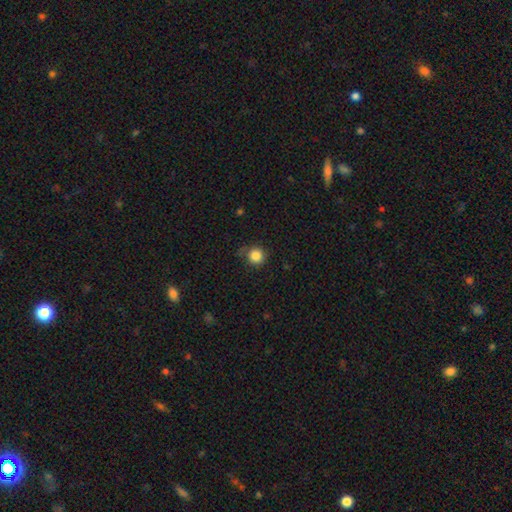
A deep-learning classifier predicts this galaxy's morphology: Smooth or featured: smooth — 84% (star or artifact — 11%)
How rounded: round — 93% (in between — 6%)
Merging: none — 74% (minor disturbance — 19%)